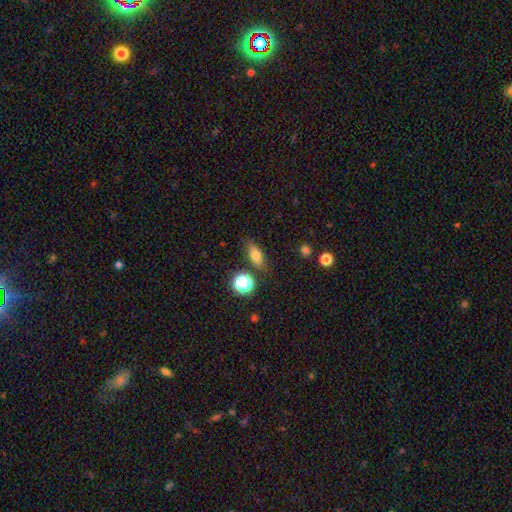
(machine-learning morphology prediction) smooth 72%, featured or disk 15%, star or artifact 13%. Down the decision tree: how rounded — in between (68%); merging — none (78%).